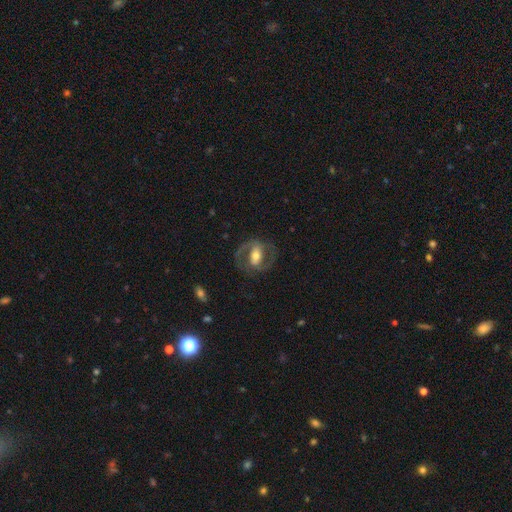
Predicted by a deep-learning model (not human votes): Smooth or featured? Predicted: featured or disk (p=0.78). Edge-on disk? Predicted: no (p=0.96). Bar? Predicted: strong (p=0.48). Spiral arms? Predicted: yes (p=0.83). Spiral winding? Predicted: medium (p=0.56). Spiral arm count? Predicted: 2 (p=0.89). Bulge size? Predicted: moderate (p=0.60). Merging? Predicted: none (p=0.76).